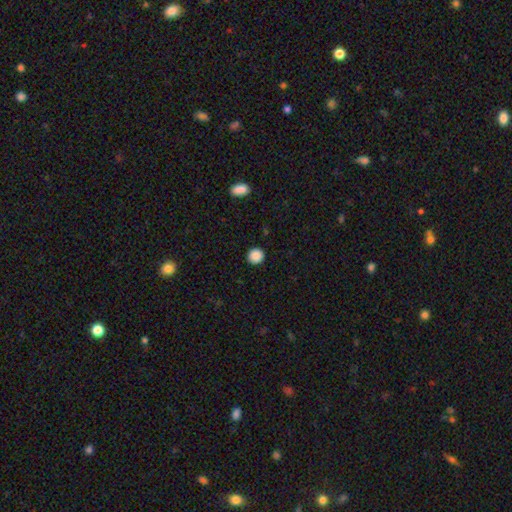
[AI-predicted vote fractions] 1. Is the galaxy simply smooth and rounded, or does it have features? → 89% smooth, 9% star or artifact, 3% featured or disk.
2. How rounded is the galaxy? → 91% round, 8% in between, 1% cigar-shaped.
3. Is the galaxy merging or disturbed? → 92% none, 5% minor disturbance, 2% major disturbance, 1% merger.